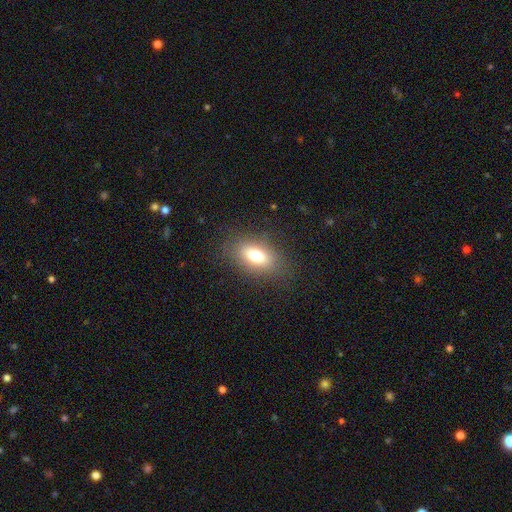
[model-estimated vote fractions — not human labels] A smooth galaxy with no disk features (73%) that is in between round and cigar-shaped (83%). Merging: none (83%).